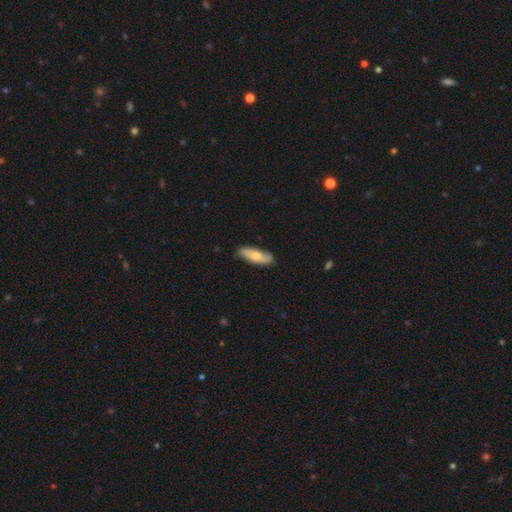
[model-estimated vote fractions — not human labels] Q: Smooth or featured?
A: smooth (62%); runner-up: featured or disk (32%)
Q: How rounded?
A: in between (59%); runner-up: cigar-shaped (38%)
Q: Merging?
A: none (82%); runner-up: minor disturbance (15%)